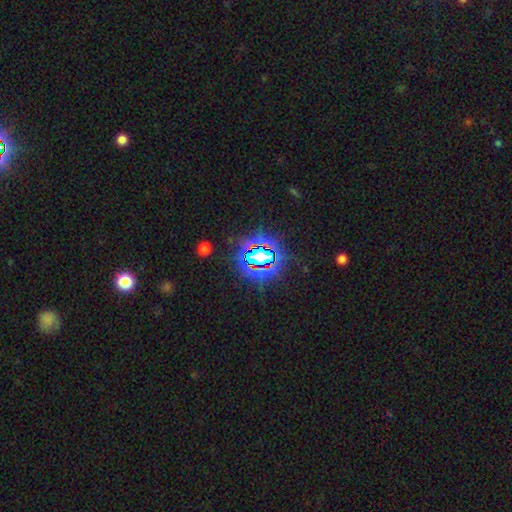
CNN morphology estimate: Smooth or featured?
  - star or artifact: 78% *
  - smooth: 14%
  - featured or disk: 8%